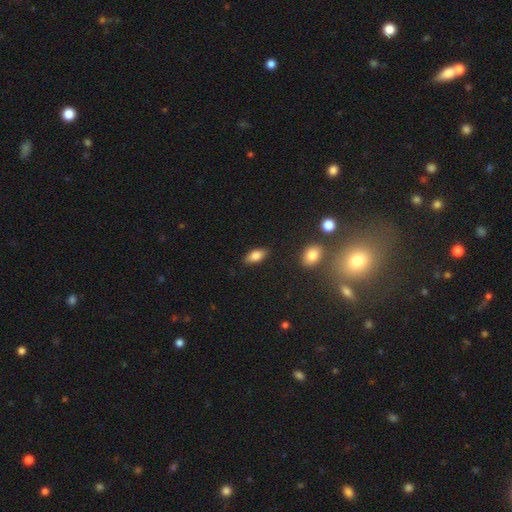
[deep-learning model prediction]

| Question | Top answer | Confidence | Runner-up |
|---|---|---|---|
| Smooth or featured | smooth | 79% | featured or disk (13%) |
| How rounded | in between | 86% | cigar-shaped (10%) |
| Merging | none | 85% | minor disturbance (11%) |